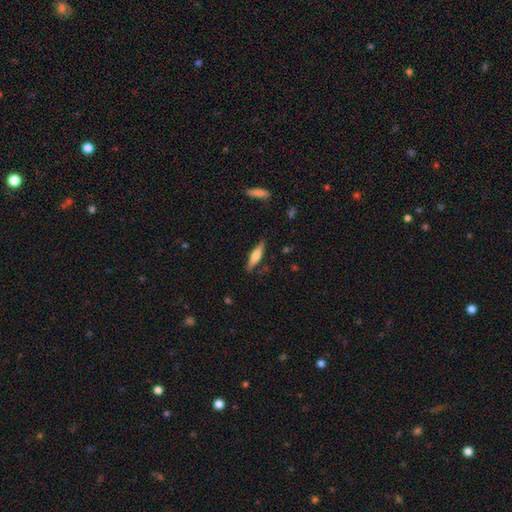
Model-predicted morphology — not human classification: A smooth galaxy with no disk features (54%) that is cigar-shaped (71%). Merging: none (83%).